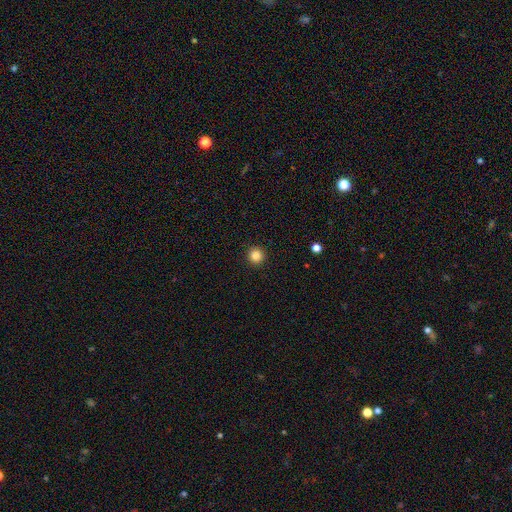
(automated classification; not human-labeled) Smooth or featured?
  - smooth: 84% *
  - star or artifact: 11%
  - featured or disk: 4%
How rounded?
  - round: 96% *
  - in between: 3%
  - cigar-shaped: 1%
Merging?
  - none: 94% *
  - minor disturbance: 4%
  - major disturbance: 1%
  - merger: 1%